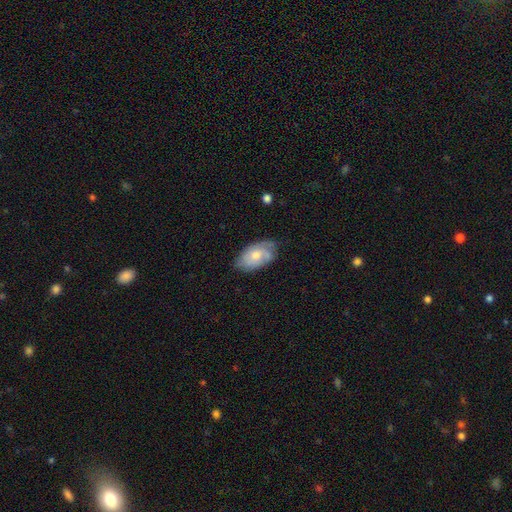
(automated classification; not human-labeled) A smooth galaxy with no disk features (51%) that is in between round and cigar-shaped (92%).

Vote fractions:
- Smooth or featured? smooth: 51% / featured or disk: 43% / star or artifact: 6%
- How rounded? in between: 92% / round: 6% / cigar-shaped: 2%
- Merging? none: 63% / minor disturbance: 29% / major disturbance: 7% / merger: 2%